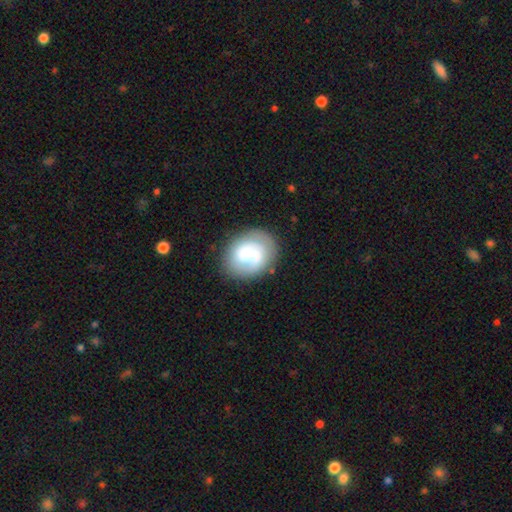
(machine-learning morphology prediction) type=featured or disk (48%); merging=none (70%).